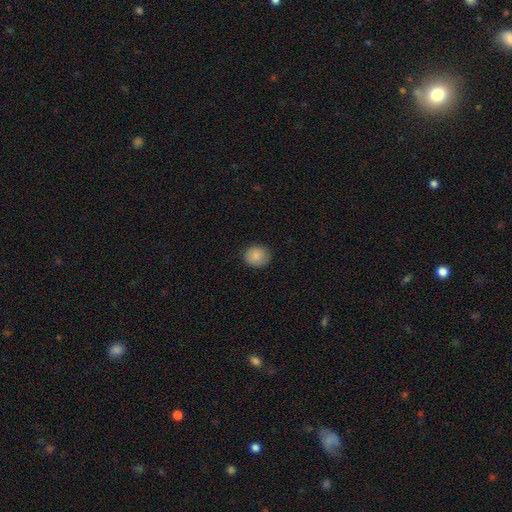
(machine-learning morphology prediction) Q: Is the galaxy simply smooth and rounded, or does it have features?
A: smooth — 86%.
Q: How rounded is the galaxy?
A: round — 78%.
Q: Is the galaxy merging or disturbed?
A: none — 85%.